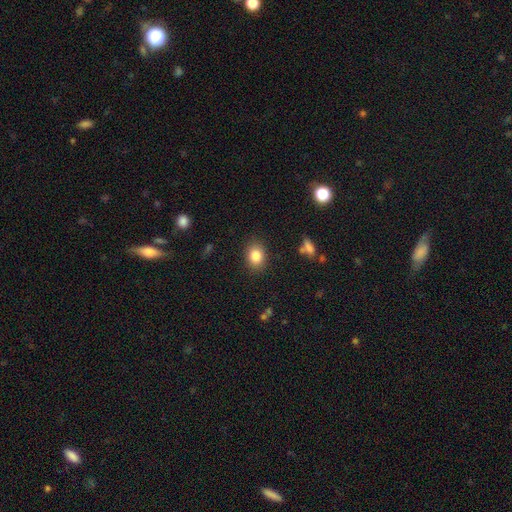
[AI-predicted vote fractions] A smooth galaxy with no disk features (84%) that is in between round and cigar-shaped (60%). Merging: none (86%).